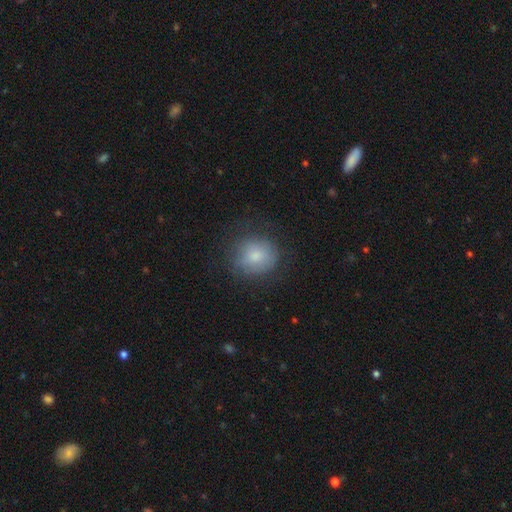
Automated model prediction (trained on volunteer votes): The model was most divided on "merging": none: 72%, minor disturbance: 18%, major disturbance: 9%, merger: 1%. More confident: how rounded — round (83%); smooth or featured — smooth (75%).